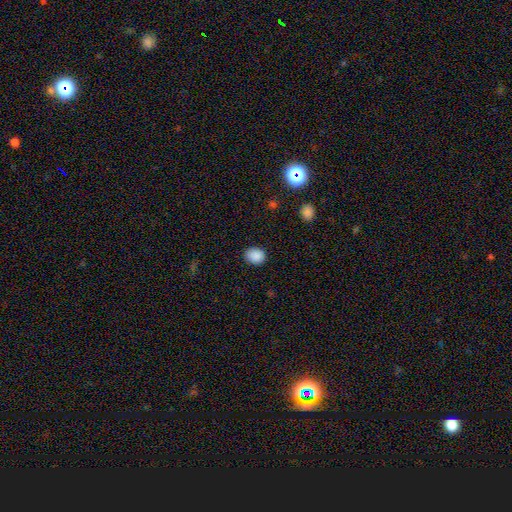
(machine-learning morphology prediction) Q: Smooth or featured?
A: smooth (89%); runner-up: star or artifact (9%)
Q: How rounded?
A: round (57%); runner-up: in between (42%)
Q: Merging?
A: none (87%); runner-up: minor disturbance (9%)